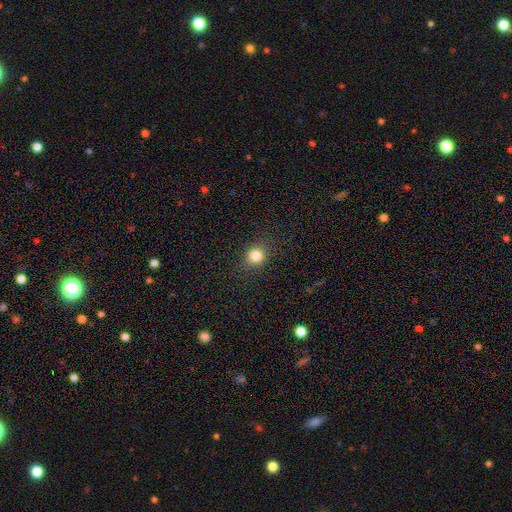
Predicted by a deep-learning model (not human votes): A smooth galaxy with no disk features (81%) that is round (78%). Merging: none (86%).